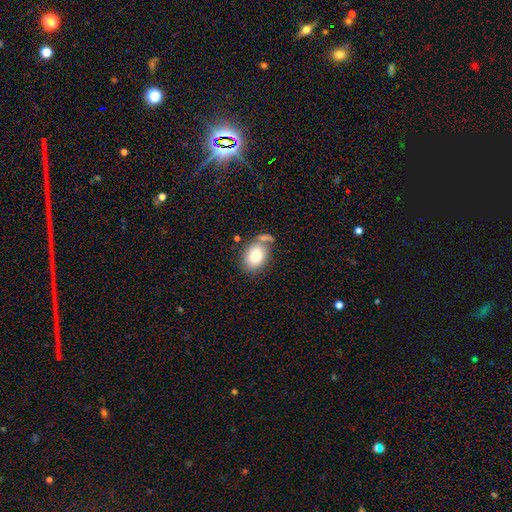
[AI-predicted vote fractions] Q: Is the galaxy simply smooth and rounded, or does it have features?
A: smooth — 81%.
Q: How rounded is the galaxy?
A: in between — 73%.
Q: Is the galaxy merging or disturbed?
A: none — 57%.